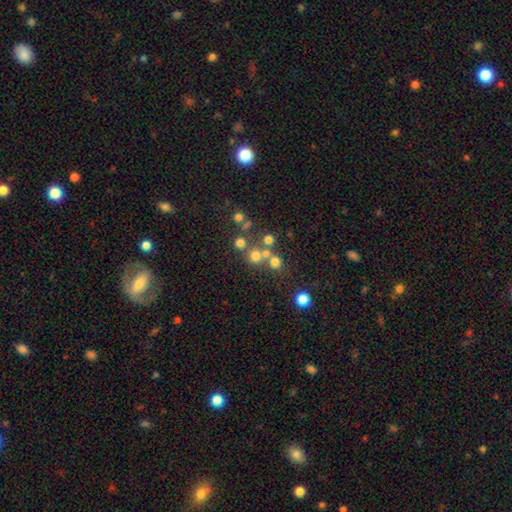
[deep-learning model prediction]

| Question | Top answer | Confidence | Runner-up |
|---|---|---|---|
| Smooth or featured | smooth | 65% | star or artifact (21%) |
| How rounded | round | 90% | in between (9%) |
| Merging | none | 59% | merger (30%) |